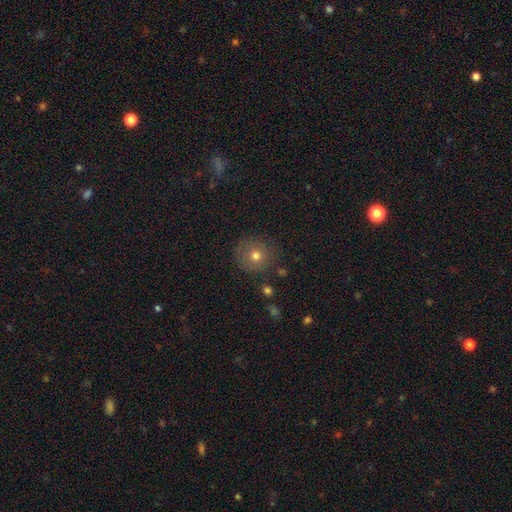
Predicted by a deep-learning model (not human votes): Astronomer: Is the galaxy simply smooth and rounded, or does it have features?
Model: smooth — 70%.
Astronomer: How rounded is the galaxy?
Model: round — 92%.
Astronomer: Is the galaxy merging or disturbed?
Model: none — 84%.